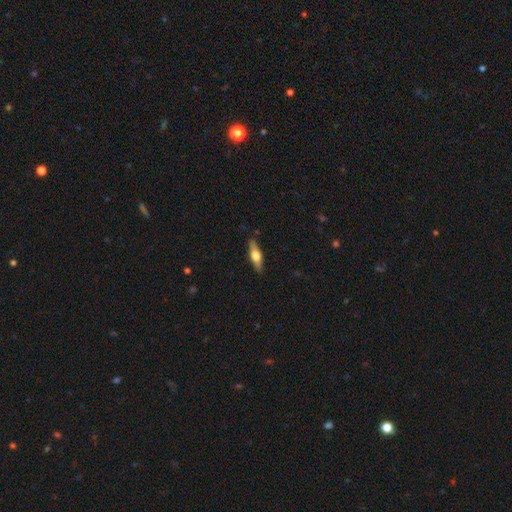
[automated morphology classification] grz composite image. It shows a featured or disk galaxy (53%) viewed edge-on (92%). Merging: none (87%).